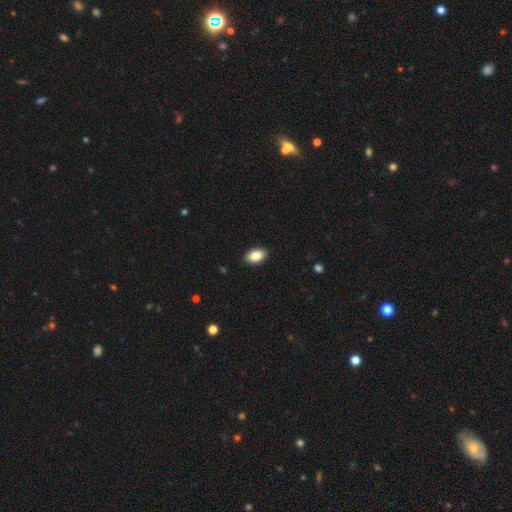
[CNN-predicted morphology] Smooth or featured? Predicted: smooth (p=0.86). How rounded? Predicted: in between (p=0.92). Merging? Predicted: none (p=0.90).